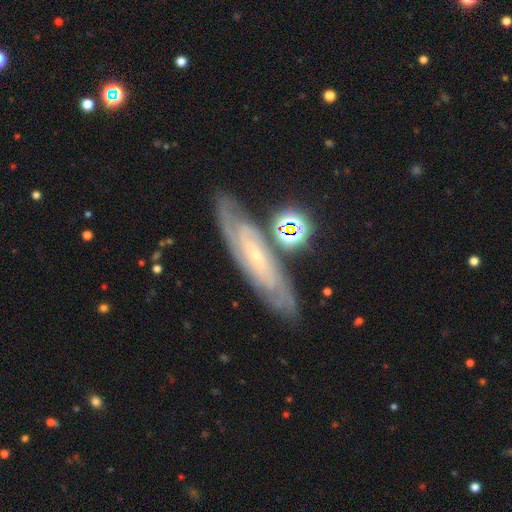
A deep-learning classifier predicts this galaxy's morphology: Q: Smooth or featured?
A: featured or disk (79%); runner-up: smooth (12%)
Q: Edge-on disk?
A: no (80%); runner-up: yes (20%)
Q: Bar?
A: no (55%); runner-up: weak (32%)
Q: Spiral arms?
A: yes (95%); runner-up: no (5%)
Q: Spiral winding?
A: tight (68%); runner-up: medium (26%)
Q: Spiral arm count?
A: can't tell (38%); runner-up: 2 (37%)
Q: Bulge size?
A: small (82%); runner-up: moderate (11%)
Q: Merging?
A: none (77%); runner-up: minor disturbance (14%)